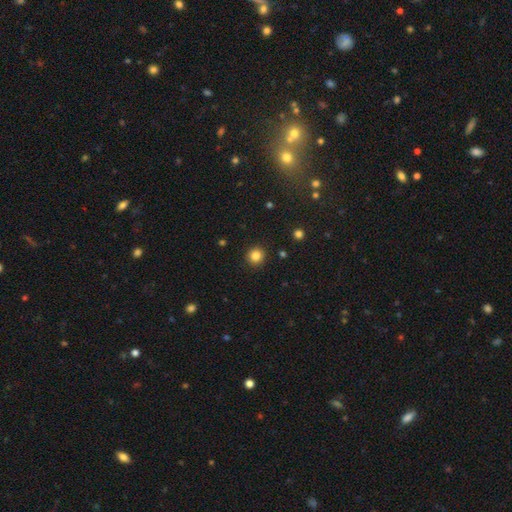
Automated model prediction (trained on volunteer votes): The model was most divided on "smooth or featured": smooth: 84%, star or artifact: 12%, featured or disk: 4%. More confident: how rounded — round (94%); merging — none (92%).